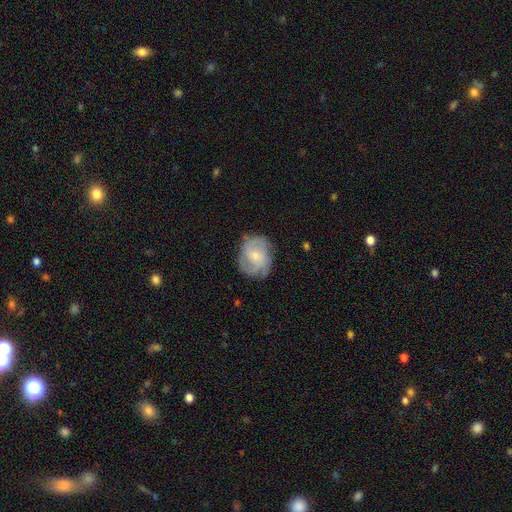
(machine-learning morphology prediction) type=featured or disk (64%); edge-on=no (98%); bar=no (66%); spiral arms=yes (88%); winding=medium (43%); arm count=2 (32%); bulge=small (56%); merging=none (71%).